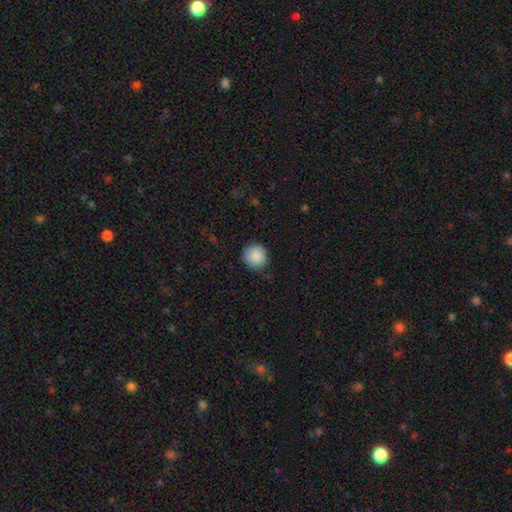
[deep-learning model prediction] The model was most divided on "merging": none: 88%, minor disturbance: 9%, major disturbance: 2%, merger: 1%. More confident: how rounded — round (94%); smooth or featured — smooth (89%).